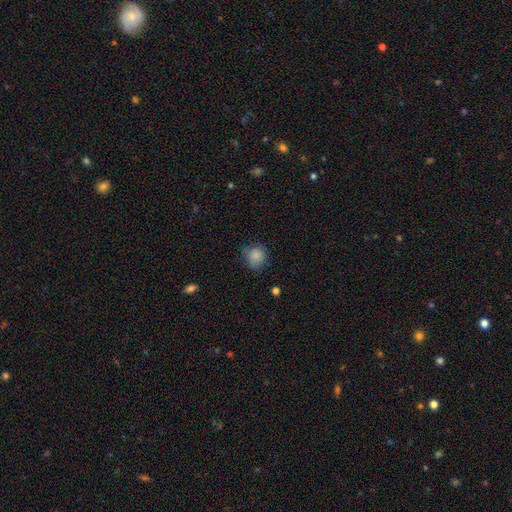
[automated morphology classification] smooth-or-featured: smooth: 84% | star or artifact: 10% | featured or disk: 6%
  how-rounded: round: 81% | in between: 18% | cigar-shaped: 1%
  merging: none: 64% | minor disturbance: 27% | major disturbance: 7% | merger: 2%